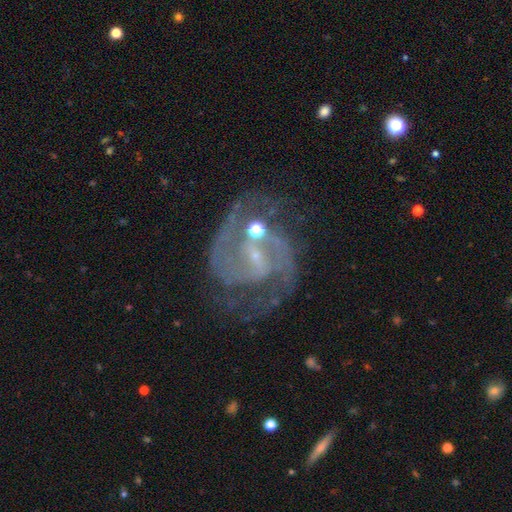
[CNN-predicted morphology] This is clearly a featured or disk galaxy (90%). It is clearly not viewed edge-on (98%). Bar: possibly weak (49%). Spiral arm pattern: clearly yes (97%). Spiral arm count: clearly 2 (85%). Spiral winding: possibly medium (57%). Central bulge: likely small (76%). Merging: possibly none (57%).